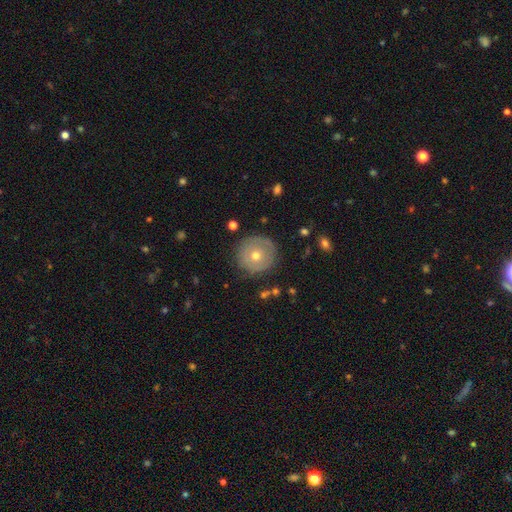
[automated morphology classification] This appears to be a smooth galaxy with no disk features (49%). Merging: none (84%).